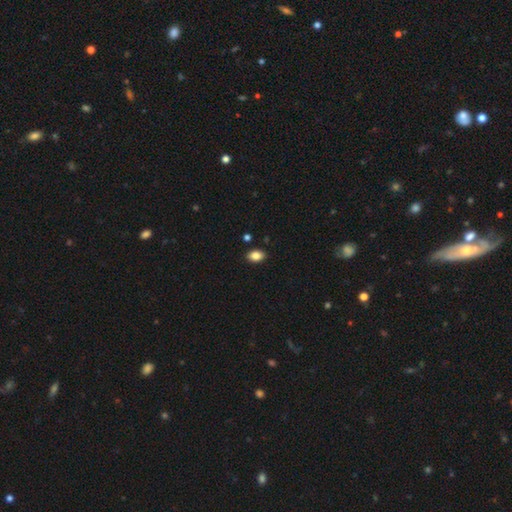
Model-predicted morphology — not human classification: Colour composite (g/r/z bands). It shows a smooth galaxy with no disk features (85%) that is in between round and cigar-shaped (85%). Merging: none (88%).